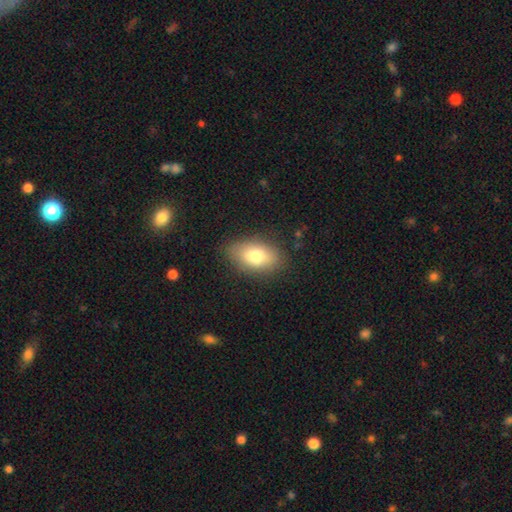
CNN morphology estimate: smooth_or_featured: smooth (p=0.78) [alt: featured or disk p=0.14]
how_rounded: in between (p=0.90) [alt: round p=0.08]
merging: none (p=0.83) [alt: minor disturbance p=0.12]